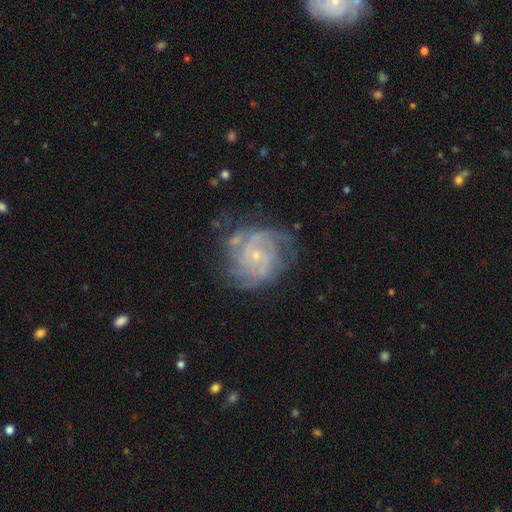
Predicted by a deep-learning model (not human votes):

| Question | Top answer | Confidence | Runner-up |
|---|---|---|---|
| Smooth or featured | featured or disk | 84% | smooth (8%) |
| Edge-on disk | no | 98% | yes (2%) |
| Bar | no | 72% | weak (23%) |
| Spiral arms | yes | 95% | no (5%) |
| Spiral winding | tight | 64% | medium (29%) |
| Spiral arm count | can't tell | 30% | 3 (20%) |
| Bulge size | small | 82% | moderate (14%) |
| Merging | none | 65% | minor disturbance (20%) |